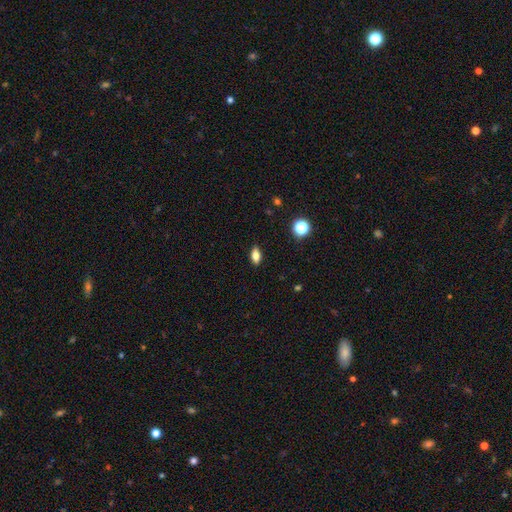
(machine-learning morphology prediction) The model was most divided on "smooth or featured": smooth: 72%, featured or disk: 18%, star or artifact: 10%. More confident: merging — none (89%); how rounded — in between (81%).